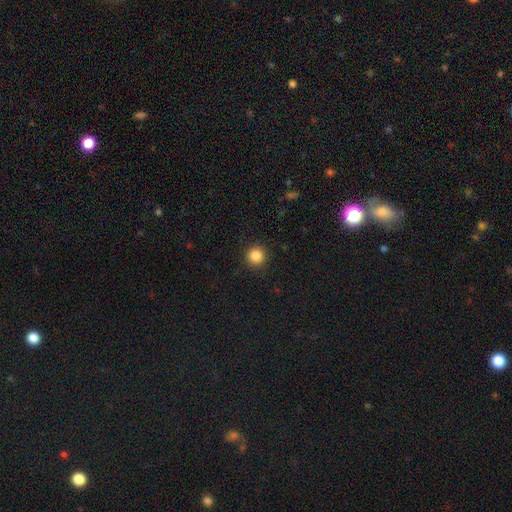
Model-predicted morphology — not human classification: Overall: smooth (86%). How rounded: round (95%). Merging: none (92%).